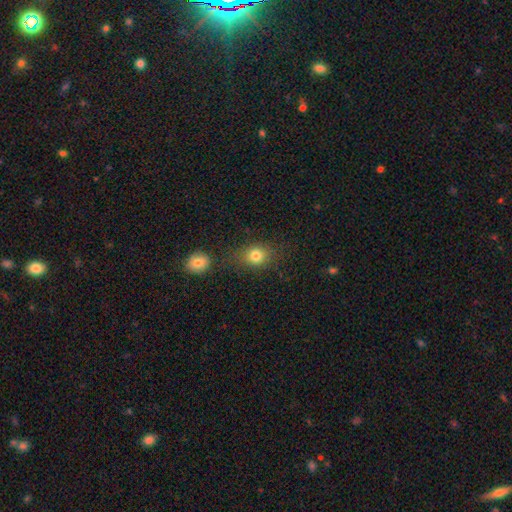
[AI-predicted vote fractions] smooth_or_featured: smooth (p=0.80) [alt: star or artifact p=0.13]
how_rounded: round (p=0.64) [alt: in between p=0.35]
merging: none (p=0.73) [alt: minor disturbance p=0.13]